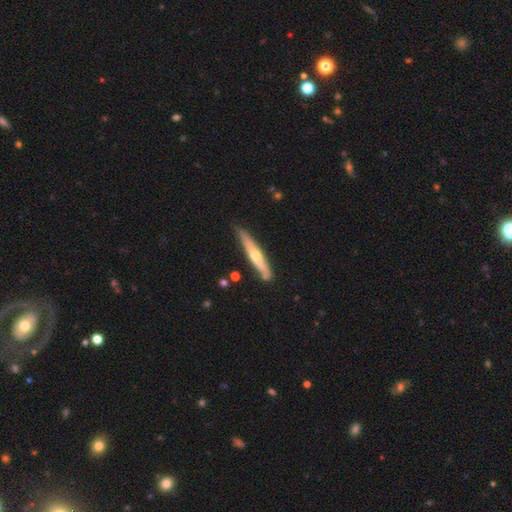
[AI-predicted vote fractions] smooth-or-featured: featured or disk: 58% | smooth: 37% | star or artifact: 5%
  disk-edge-on: yes: 90% | no: 10%
    edge-on-bulge: rounded: 85% | none: 12% | boxy: 3%
  merging: none: 76% | minor disturbance: 18% | merger: 3% | major disturbance: 3%